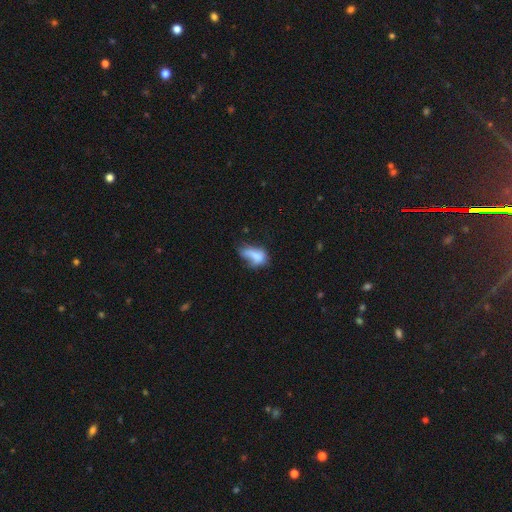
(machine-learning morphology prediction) smooth 63%, featured or disk 26%, star or artifact 11%. Down the decision tree: how rounded — in between (82%); merging — major disturbance (32%).